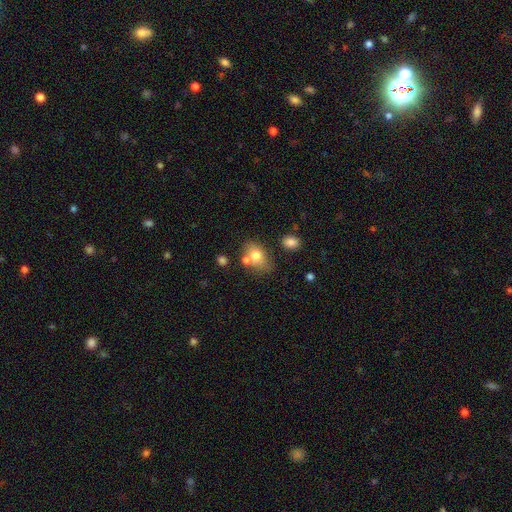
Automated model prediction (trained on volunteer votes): smooth 74%, featured or disk 16%, star or artifact 10%. Down the decision tree: how rounded — in between (74%); merging — none (57%).